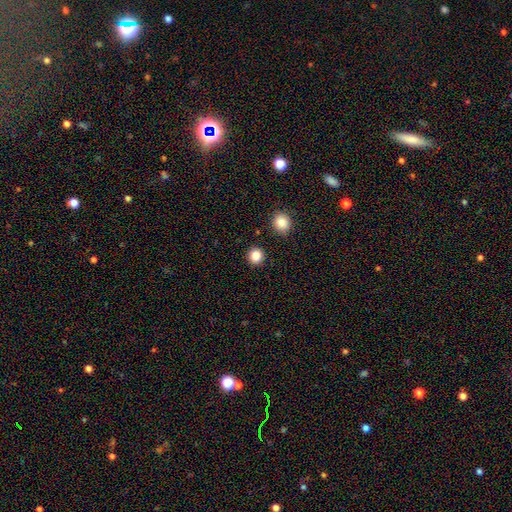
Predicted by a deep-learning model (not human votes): This appears to be a smooth galaxy with no disk features (85%) that is round (92%). Merging: none (90%).